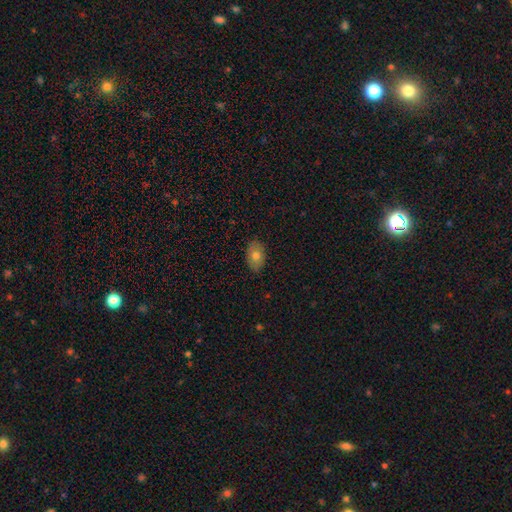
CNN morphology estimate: A smooth galaxy with no disk features (74%) that is in between round and cigar-shaped (90%). Merging: none (86%).